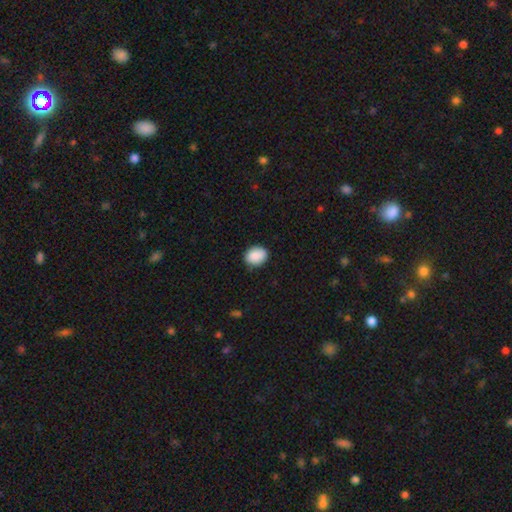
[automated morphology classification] type=smooth (89%); roundness=in between (55%); merging=none (84%).